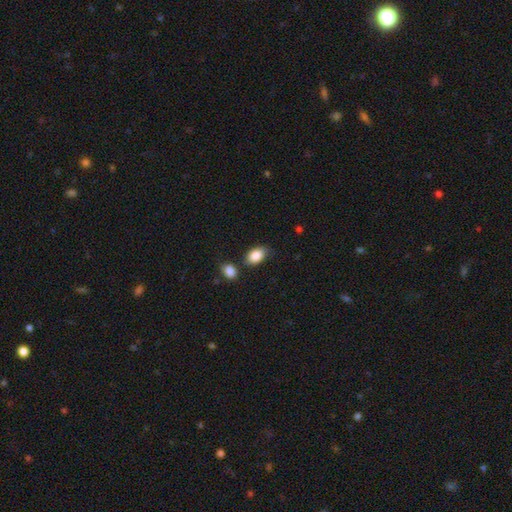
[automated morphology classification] The model was most divided on "merging": none: 66%, minor disturbance: 19%, merger: 10%, major disturbance: 4%. More confident: smooth or featured — smooth (87%); how rounded — in between (87%).